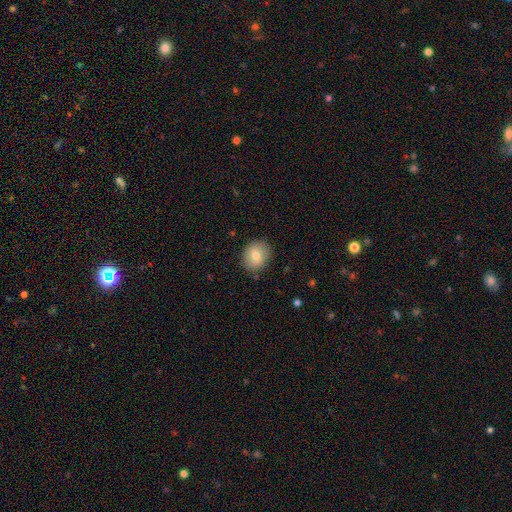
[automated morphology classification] Smooth or featured? smooth (76%)
How rounded? round (55%)
Merging? none (86%)